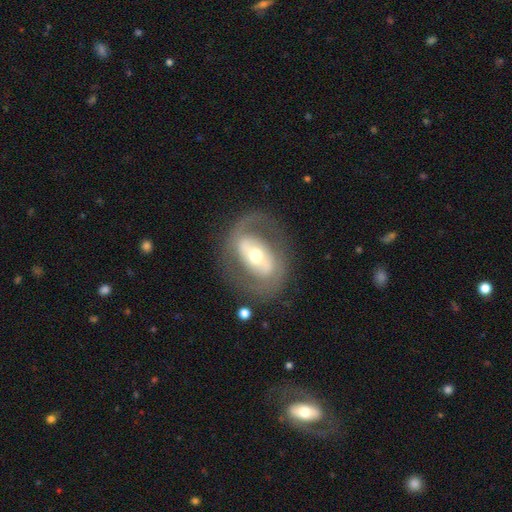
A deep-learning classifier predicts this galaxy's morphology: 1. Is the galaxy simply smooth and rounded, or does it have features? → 80% featured or disk, 15% smooth, 5% star or artifact.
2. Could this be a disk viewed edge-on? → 95% no, 5% yes.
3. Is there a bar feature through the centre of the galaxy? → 39% strong, 32% no, 29% weak.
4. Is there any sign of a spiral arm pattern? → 77% yes, 23% no.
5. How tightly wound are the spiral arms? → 45% medium, 30% tight, 25% loose.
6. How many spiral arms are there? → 83% 2, 8% can't tell, 6% 1, 1% 3, 1% 4, 1% more than 4.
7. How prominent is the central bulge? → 60% moderate, 29% small, 9% large, 2% dominant, 1% none.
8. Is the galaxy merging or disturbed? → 75% none, 13% minor disturbance, 10% major disturbance, 2% merger.